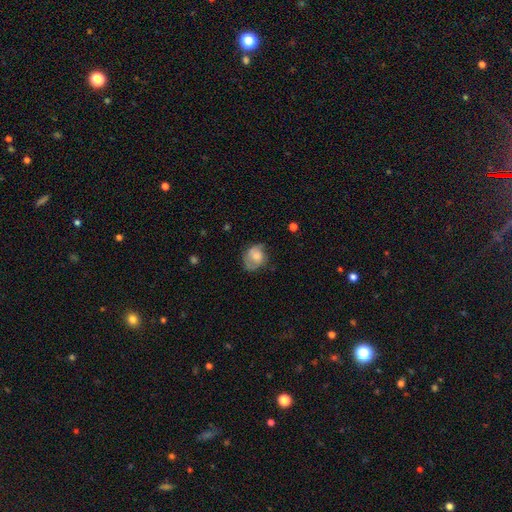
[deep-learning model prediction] Smooth or featured: smooth — 63% (featured or disk — 28%)
How rounded: round — 53% (in between — 46%)
Merging: none — 46% (minor disturbance — 32%)